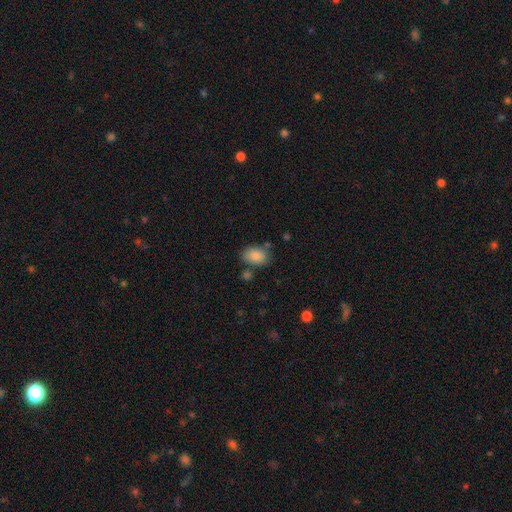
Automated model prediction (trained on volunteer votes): smooth 86%, star or artifact 8%, featured or disk 6%. Down the decision tree: how rounded — in between (84%); merging — none (69%).